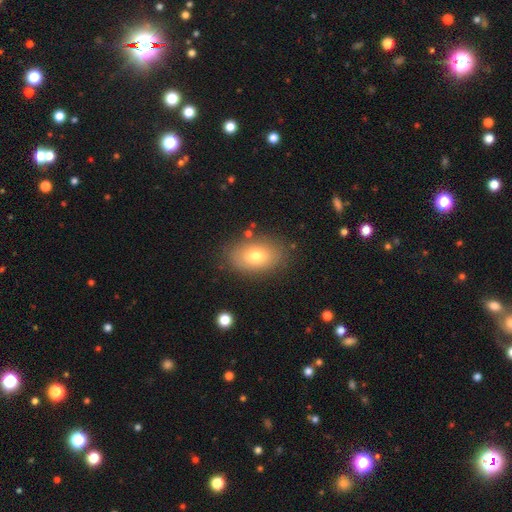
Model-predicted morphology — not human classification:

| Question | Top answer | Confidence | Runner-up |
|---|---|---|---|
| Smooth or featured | smooth | 74% | featured or disk (17%) |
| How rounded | in between | 87% | round (11%) |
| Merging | none | 82% | minor disturbance (13%) |